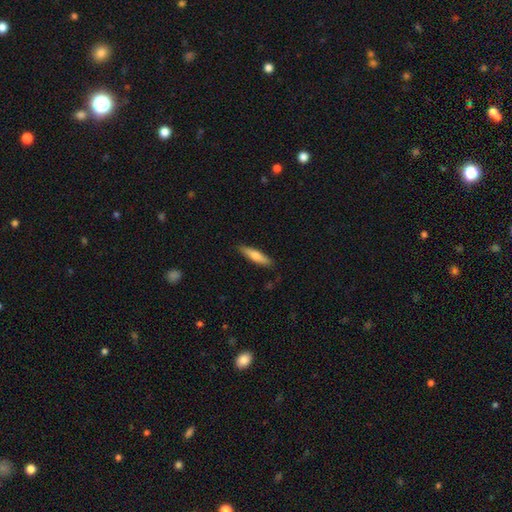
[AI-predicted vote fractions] smooth_or_featured: smooth (p=0.73) [alt: featured or disk p=0.21]
how_rounded: cigar-shaped (p=0.77) [alt: in between p=0.22]
merging: none (p=0.86) [alt: minor disturbance p=0.11]